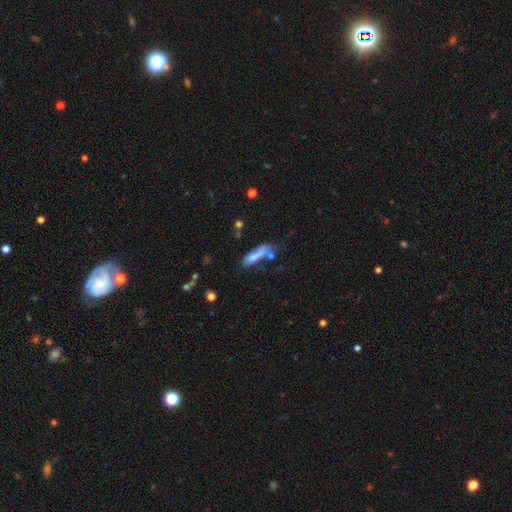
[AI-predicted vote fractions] smooth_or_featured: smooth (p=0.64) [alt: featured or disk p=0.26]
how_rounded: cigar-shaped (p=0.52) [alt: in between p=0.45]
merging: merger (p=0.27) [tied with: none p=0.27]